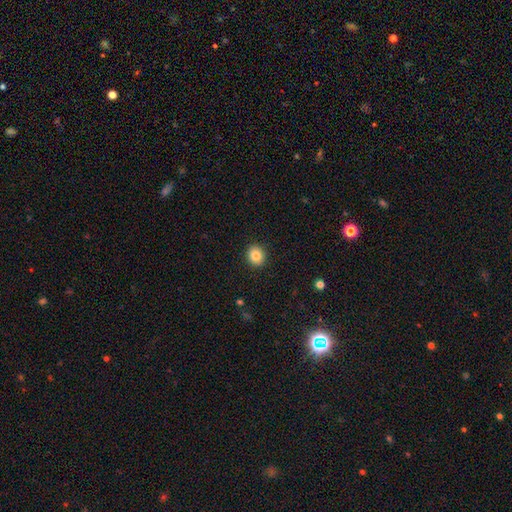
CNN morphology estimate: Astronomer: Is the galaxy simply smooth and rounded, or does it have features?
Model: smooth — 84%.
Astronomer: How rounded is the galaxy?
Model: round — 77%.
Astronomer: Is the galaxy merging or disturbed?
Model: none — 91%.